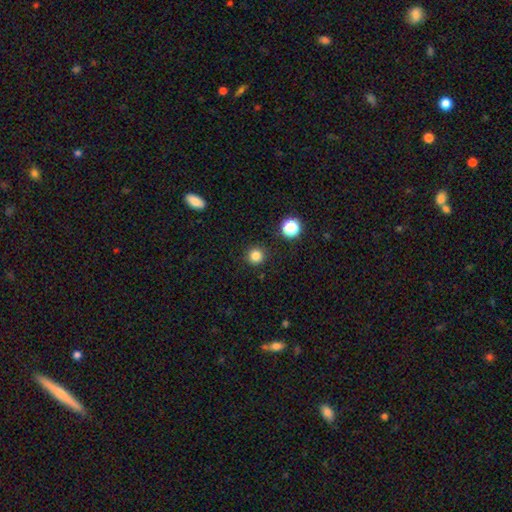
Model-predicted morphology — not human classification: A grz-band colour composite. It shows a smooth galaxy with no disk features (82%) that is round (95%). Merging: none (91%).